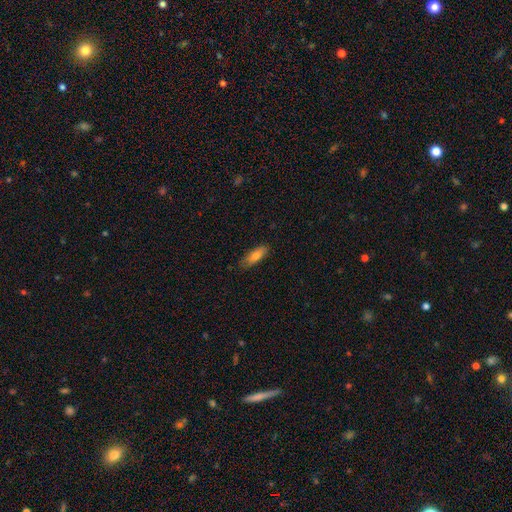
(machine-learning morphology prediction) Smooth or featured? Predicted: smooth (p=0.77). How rounded? Predicted: in between (p=0.62). Merging? Predicted: none (p=0.80).